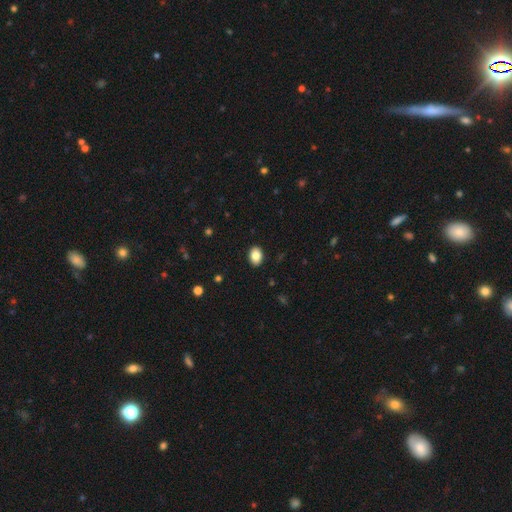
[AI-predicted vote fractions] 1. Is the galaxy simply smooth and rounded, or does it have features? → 85% smooth, 8% star or artifact, 7% featured or disk.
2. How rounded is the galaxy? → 76% in between, 23% round, 1% cigar-shaped.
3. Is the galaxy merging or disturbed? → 91% none, 7% minor disturbance, 2% major disturbance, 1% merger.